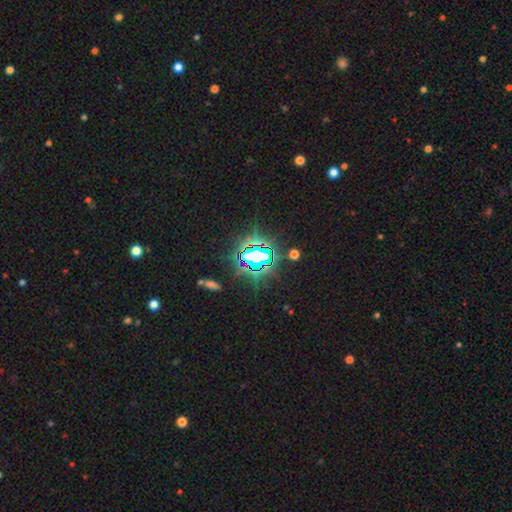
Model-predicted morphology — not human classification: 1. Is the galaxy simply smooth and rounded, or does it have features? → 78% star or artifact, 12% smooth, 10% featured or disk.